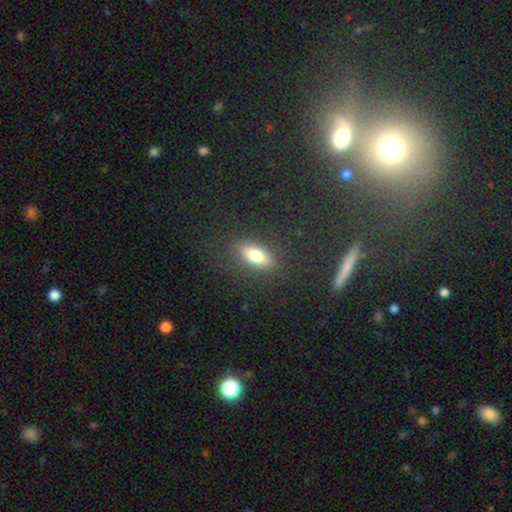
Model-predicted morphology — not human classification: Smooth or featured?
  - smooth: 70% *
  - featured or disk: 18%
  - star or artifact: 12%
How rounded?
  - in between: 79% *
  - cigar-shaped: 15%
  - round: 6%
Merging?
  - none: 85% *
  - minor disturbance: 10%
  - major disturbance: 4%
  - merger: 1%